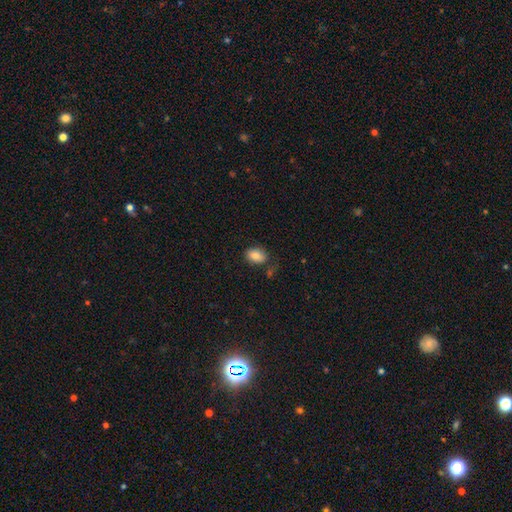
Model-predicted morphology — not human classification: smooth 85%, star or artifact 8%, featured or disk 7%. Down the decision tree: how rounded — in between (83%); merging — none (70%).